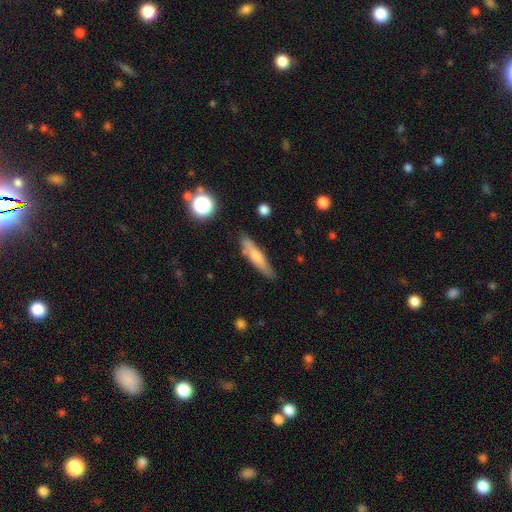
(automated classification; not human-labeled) Smooth or featured: smooth — 61% (featured or disk — 32%)
How rounded: cigar-shaped — 81% (in between — 16%)
Merging: none — 78% (minor disturbance — 15%)